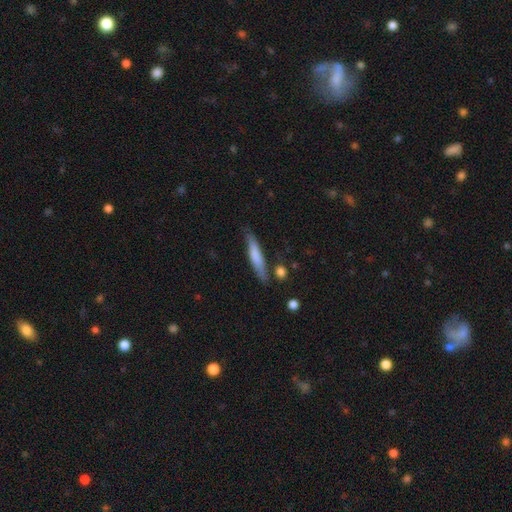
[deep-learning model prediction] Smooth or featured? smooth (68%)
How rounded? cigar-shaped (89%)
Merging? none (76%)